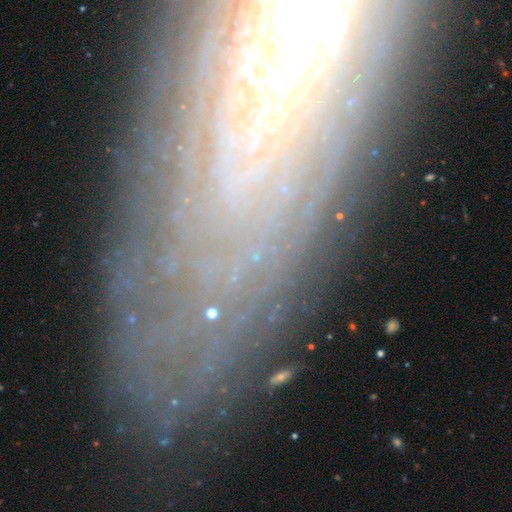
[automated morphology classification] This appears to be a star or artifact, not a galaxy (49%).